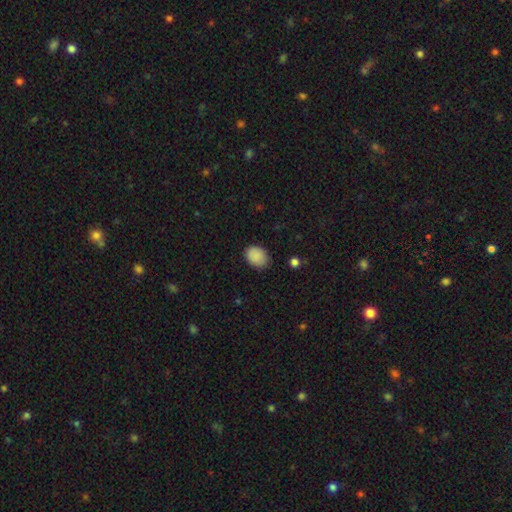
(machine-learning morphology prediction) A smooth galaxy with no disk features (88%) that is in between round and cigar-shaped (65%).

Vote fractions:
- Smooth or featured? smooth: 88% / star or artifact: 8% / featured or disk: 4%
- How rounded? in between: 65% / round: 34% / cigar-shaped: 1%
- Merging? none: 80% / minor disturbance: 16% / major disturbance: 3% / merger: 1%